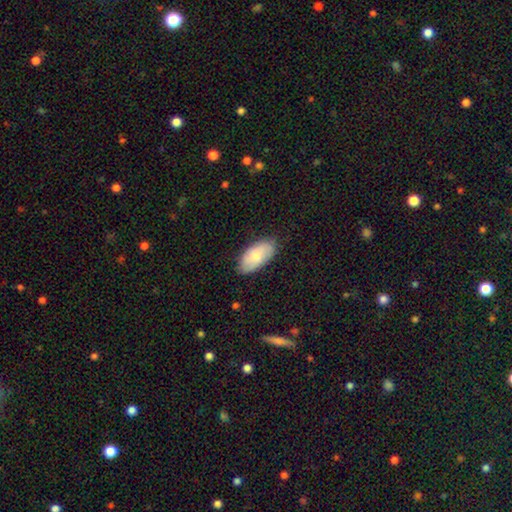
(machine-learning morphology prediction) smooth-or-featured: smooth: 72% | featured or disk: 22% | star or artifact: 6%
  how-rounded: in between: 93% | cigar-shaped: 4% | round: 3%
  merging: none: 80% | minor disturbance: 16% | major disturbance: 3% | merger: 1%